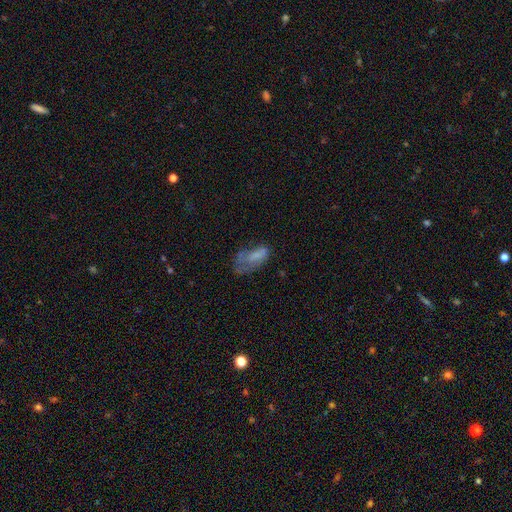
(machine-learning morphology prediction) smooth 59%, featured or disk 30%, star or artifact 11%. Down the decision tree: how rounded — in between (84%); merging — major disturbance (38%).